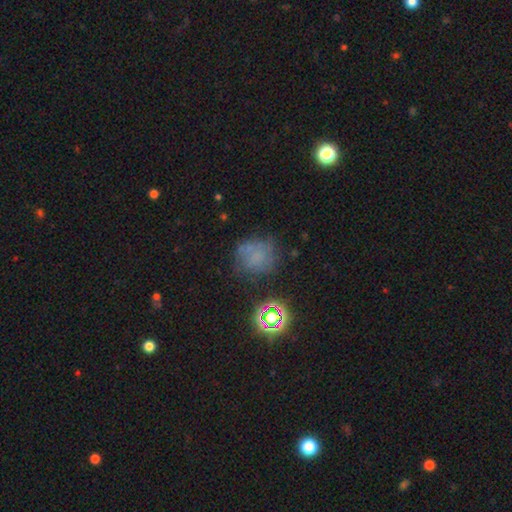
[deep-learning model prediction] Q: Smooth or featured?
A: smooth (51%); runner-up: star or artifact (25%)
Q: How rounded?
A: round (80%); runner-up: in between (19%)
Q: Merging?
A: none (61%); runner-up: minor disturbance (22%)